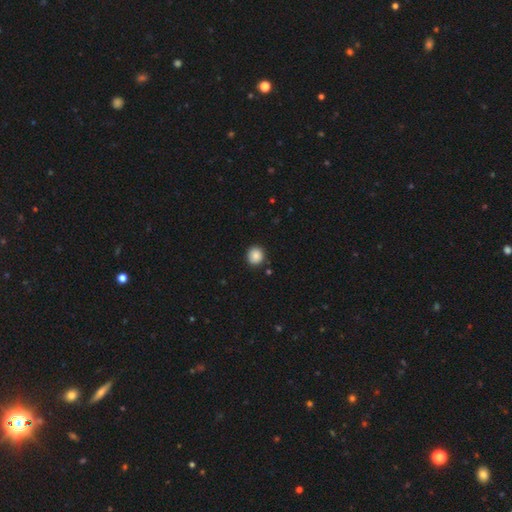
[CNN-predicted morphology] smooth_or_featured: smooth (p=0.87) [alt: star or artifact p=0.09]
how_rounded: round (p=0.90) [alt: in between p=0.09]
merging: none (p=0.89) [alt: minor disturbance p=0.08]